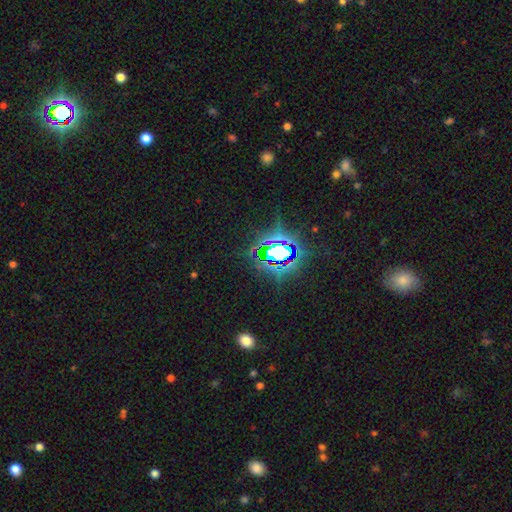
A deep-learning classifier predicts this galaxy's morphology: star or artifact 77%, smooth 16%, featured or disk 8%.